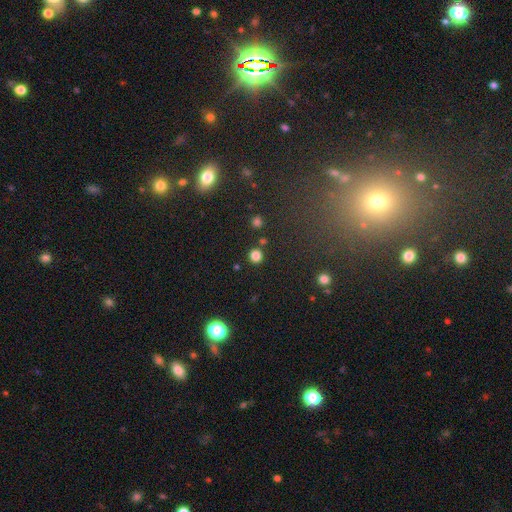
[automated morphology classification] type=smooth (81%); roundness=round (92%); merging=none (86%).